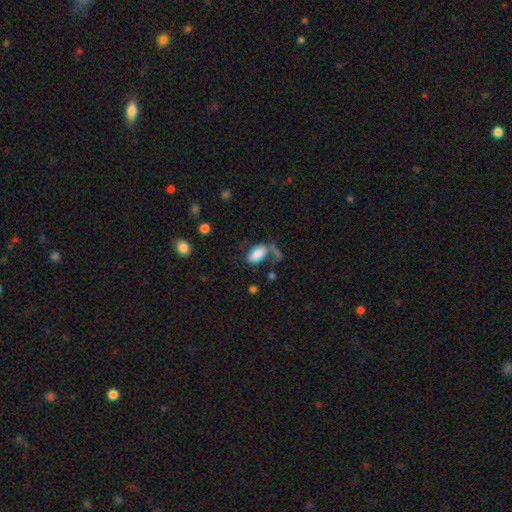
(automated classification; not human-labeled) Smooth or featured? smooth (81%)
How rounded? in between (93%)
Merging? none (44%)